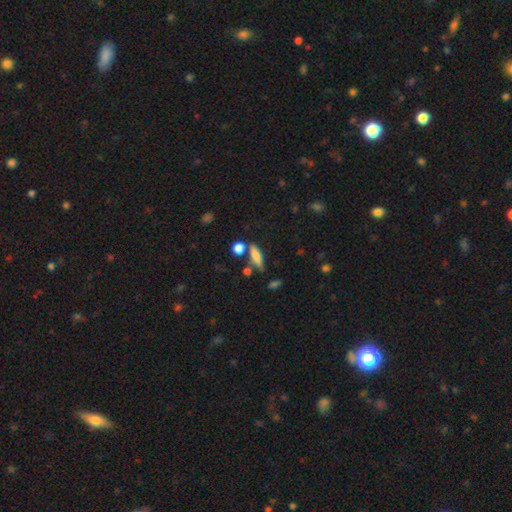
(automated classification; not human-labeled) smooth 73%, featured or disk 18%, star or artifact 9%. Down the decision tree: how rounded — cigar-shaped (54%); merging — none (63%).